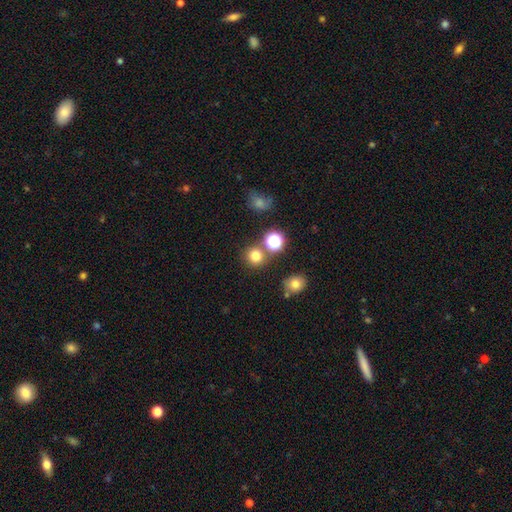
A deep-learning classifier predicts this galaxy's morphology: The model was most divided on "smooth or featured": smooth: 74%, star or artifact: 19%, featured or disk: 6%. More confident: how rounded — round (90%); merging — none (78%).